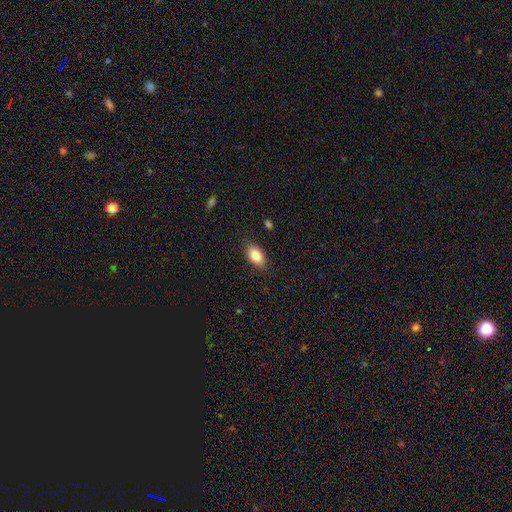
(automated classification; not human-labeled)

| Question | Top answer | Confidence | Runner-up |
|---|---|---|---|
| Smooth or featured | smooth | 83% | featured or disk (9%) |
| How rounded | in between | 89% | round (8%) |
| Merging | none | 85% | minor disturbance (12%) |